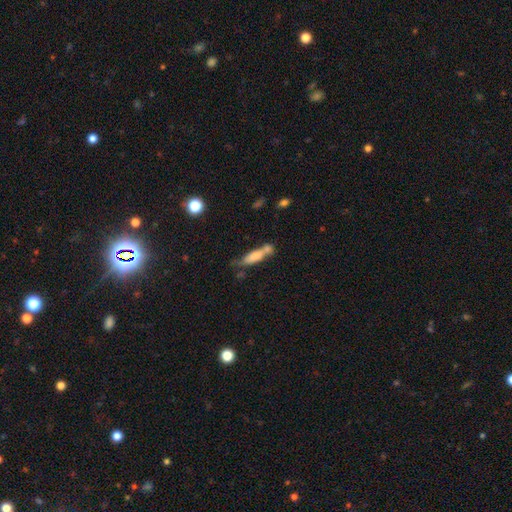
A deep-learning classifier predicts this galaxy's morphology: Q: Smooth or featured?
A: smooth (69%); runner-up: featured or disk (23%)
Q: How rounded?
A: cigar-shaped (61%); runner-up: in between (37%)
Q: Merging?
A: merger (40%); runner-up: none (34%)